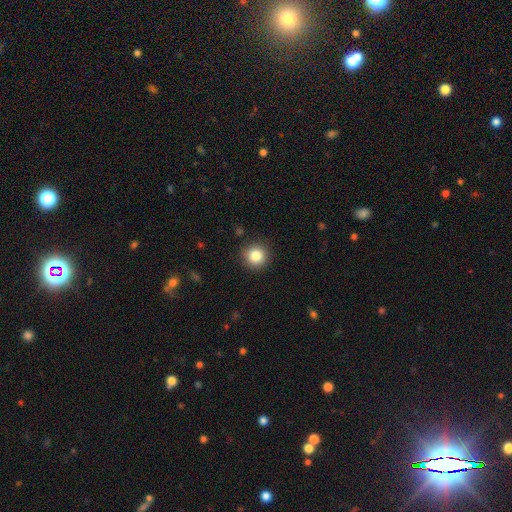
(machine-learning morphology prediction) The model was most divided on "smooth or featured": smooth: 83%, star or artifact: 11%, featured or disk: 6%. More confident: how rounded — round (94%); merging — none (90%).